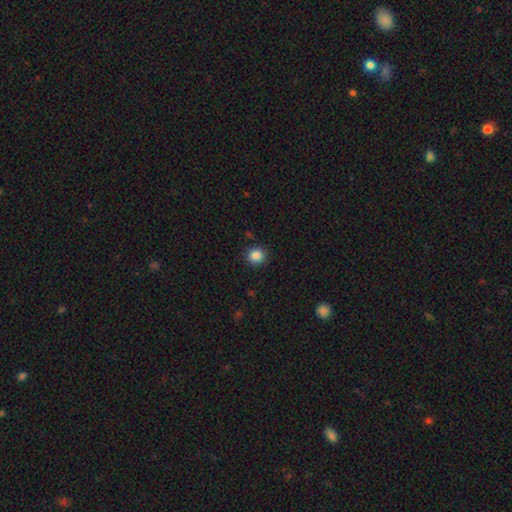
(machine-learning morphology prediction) Smooth or featured? Predicted: smooth (p=0.85). How rounded? Predicted: round (p=0.91). Merging? Predicted: none (p=0.90).